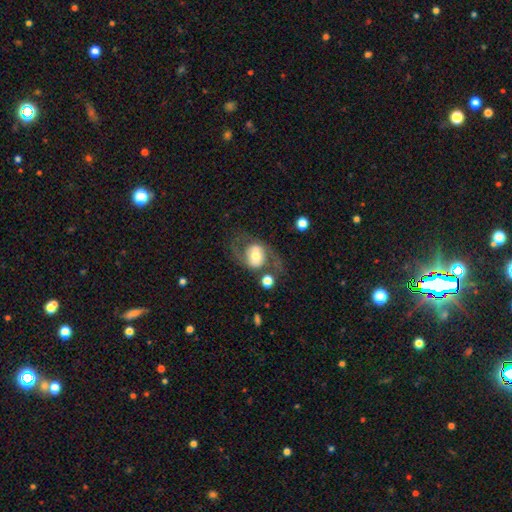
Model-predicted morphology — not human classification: smooth_or_featured: featured or disk (p=0.59) [alt: smooth p=0.33]
disk_edge_on: no (p=0.95) [alt: yes p=0.05]
bar: no (p=0.43) [alt: weak p=0.36]
has_spiral_arms: yes (p=0.72) [alt: no p=0.28]
bulge_size: moderate (p=0.54) [alt: large p=0.21]
merging: none (p=0.58) [alt: major disturbance p=0.19]